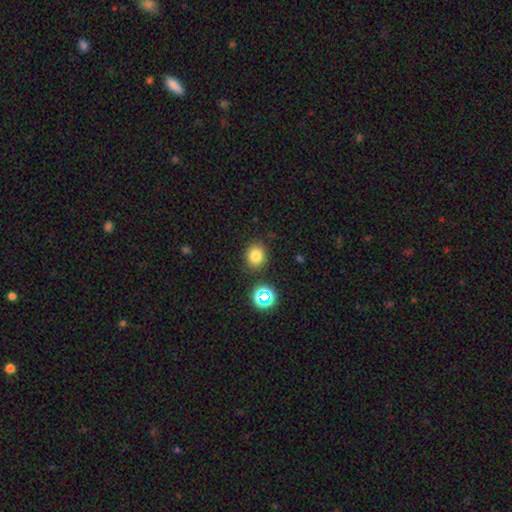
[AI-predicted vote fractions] Smooth or featured? Predicted: smooth (p=0.78). How rounded? Predicted: round (p=0.81). Merging? Predicted: none (p=0.86).